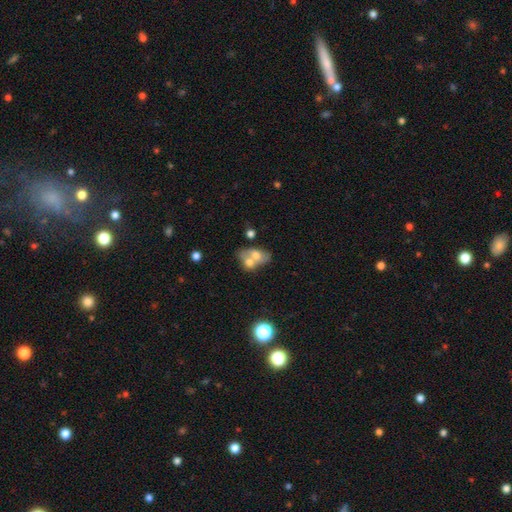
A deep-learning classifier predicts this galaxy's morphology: Q: Smooth or featured?
A: smooth (60%); runner-up: featured or disk (30%)
Q: How rounded?
A: in between (77%); runner-up: round (20%)
Q: Merging?
A: merger (67%); runner-up: none (20%)